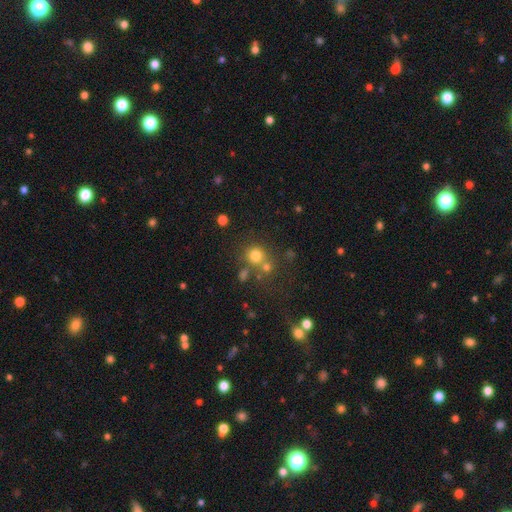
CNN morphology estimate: smooth_or_featured: smooth (p=0.73) [alt: star or artifact p=0.17]
how_rounded: round (p=0.88) [alt: in between p=0.11]
merging: none (p=0.61) [alt: merger p=0.25]